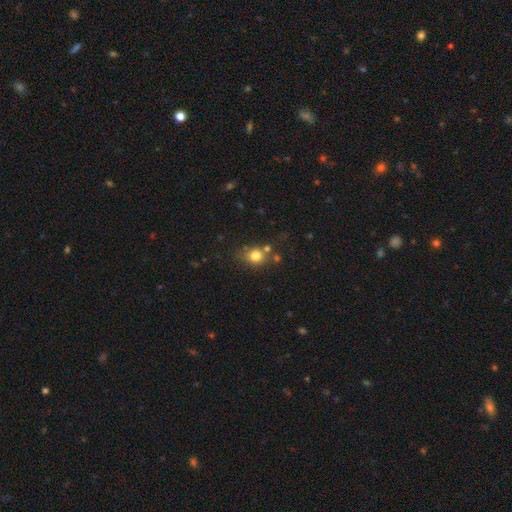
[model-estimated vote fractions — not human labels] A smooth galaxy with no disk features (79%) that is round (68%). Merging: none (63%).